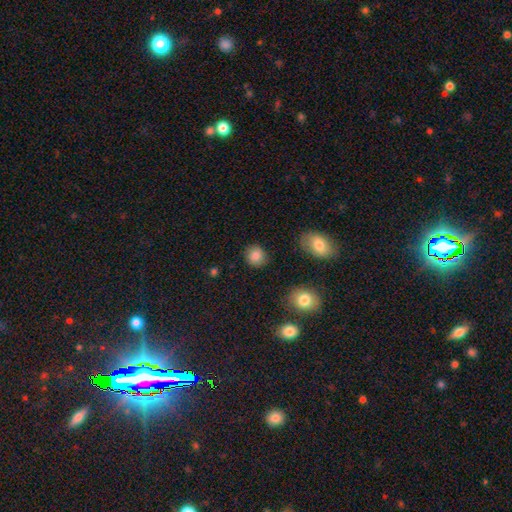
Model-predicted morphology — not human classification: smooth-or-featured: smooth: 85% | star or artifact: 9% | featured or disk: 6%
  how-rounded: round: 84% | in between: 15% | cigar-shaped: 1%
  merging: none: 86% | minor disturbance: 9% | major disturbance: 3% | merger: 2%